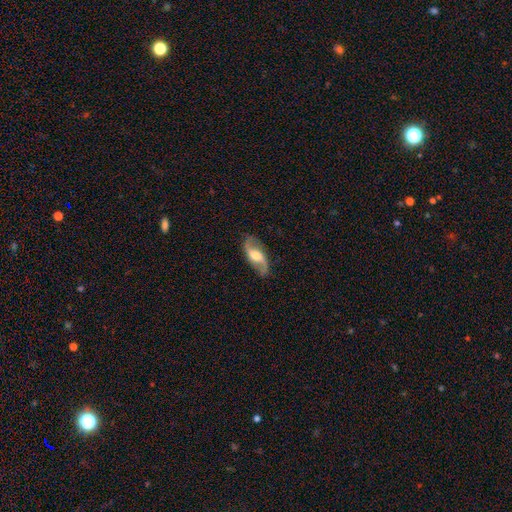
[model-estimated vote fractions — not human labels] smooth_or_featured: featured or disk (p=0.79) [alt: smooth p=0.16]
disk_edge_on: no (p=0.92) [alt: yes p=0.08]
bar: weak (p=0.44) [alt: no p=0.38]
has_spiral_arms: yes (p=0.93) [alt: no p=0.07]
spiral_winding: loose (p=0.67) [alt: medium p=0.25]
spiral_arm_count: 2 (p=0.92) [alt: can't tell p=0.03]
bulge_size: moderate (p=0.61) [alt: large p=0.19]
merging: none (p=0.83) [alt: minor disturbance p=0.12]